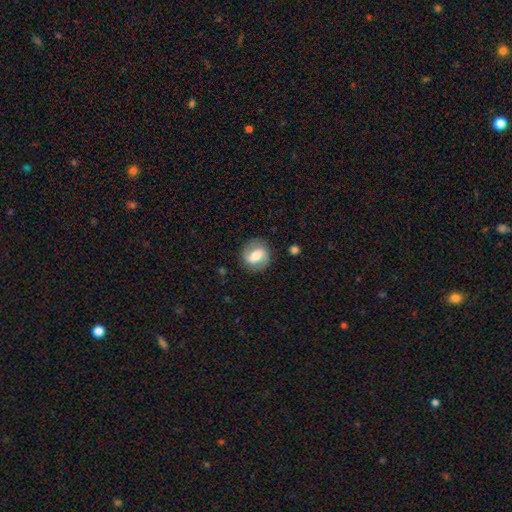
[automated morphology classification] This is likely a featured or disk galaxy (61%). It is clearly not viewed edge-on (96%). Bar: marginally weak (42%, tied with strong). Spiral arm pattern: likely yes (80%). Central bulge: possibly moderate (56%). Merging: clearly none (83%).